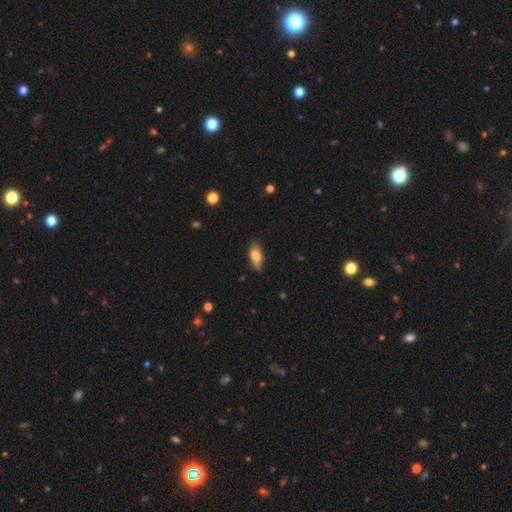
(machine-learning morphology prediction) The model was most divided on "smooth or featured": smooth: 77%, featured or disk: 16%, star or artifact: 7%. More confident: how rounded — in between (84%); merging — none (79%).